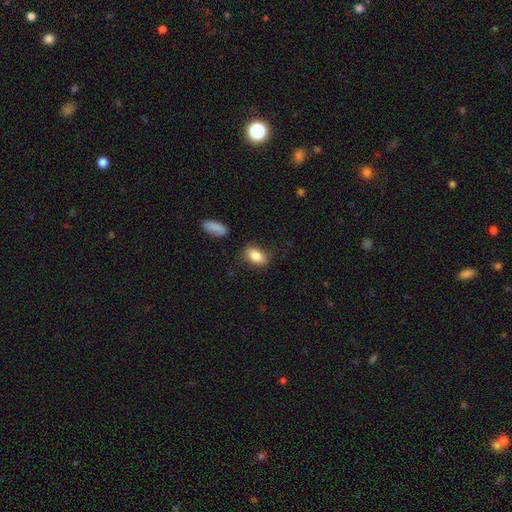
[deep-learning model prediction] This is clearly a smooth galaxy (85%). How rounded: clearly in between (89%). Merging: likely none (79%).